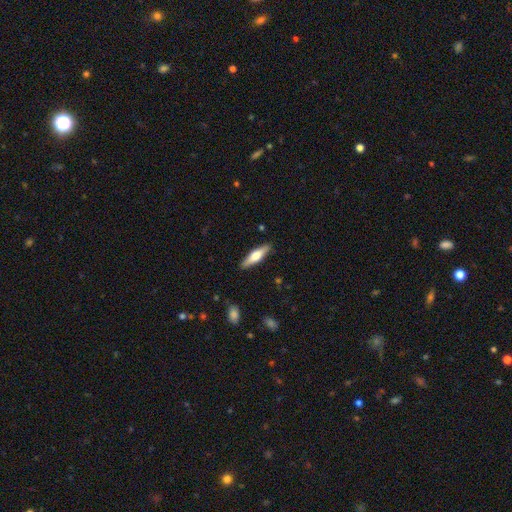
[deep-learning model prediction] Overall: smooth (50%; featured or disk 44%). How rounded: cigar-shaped (65%; in between 33%). Merging: none (89%).